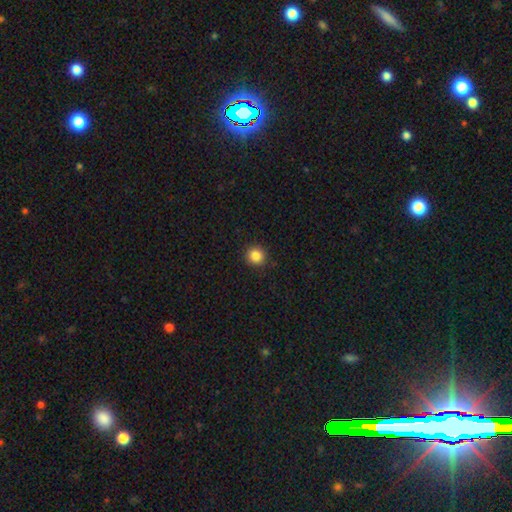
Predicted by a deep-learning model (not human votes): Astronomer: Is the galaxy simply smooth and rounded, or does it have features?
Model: smooth — 86%.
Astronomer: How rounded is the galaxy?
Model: round — 91%.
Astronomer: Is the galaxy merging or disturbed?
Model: none — 91%.